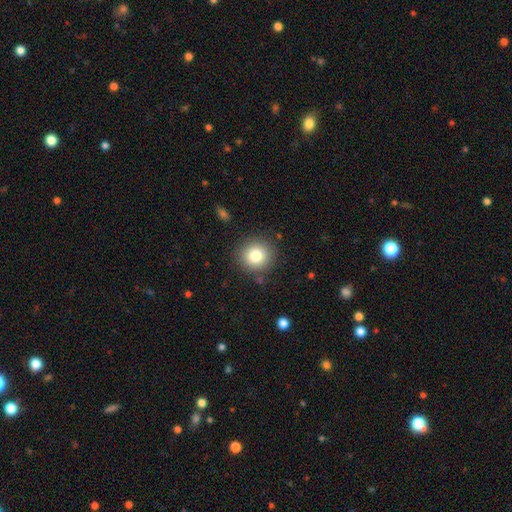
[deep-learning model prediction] This appears to be a smooth galaxy with no disk features (80%) that is round (92%). Merging: none (87%).